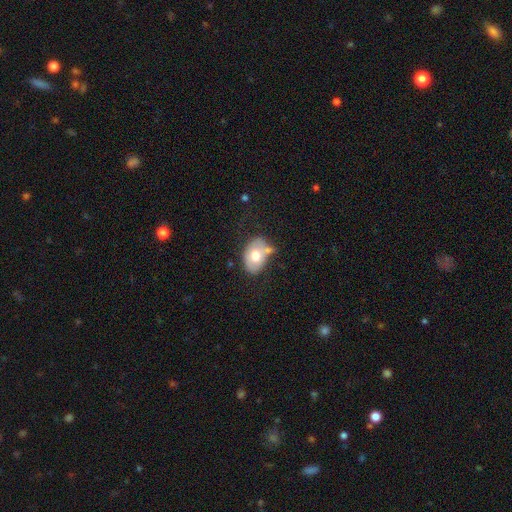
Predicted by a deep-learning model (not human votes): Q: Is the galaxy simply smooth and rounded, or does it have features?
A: smooth — 67%.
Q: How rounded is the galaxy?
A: in between — 84%.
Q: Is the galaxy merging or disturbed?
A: none — 51%.